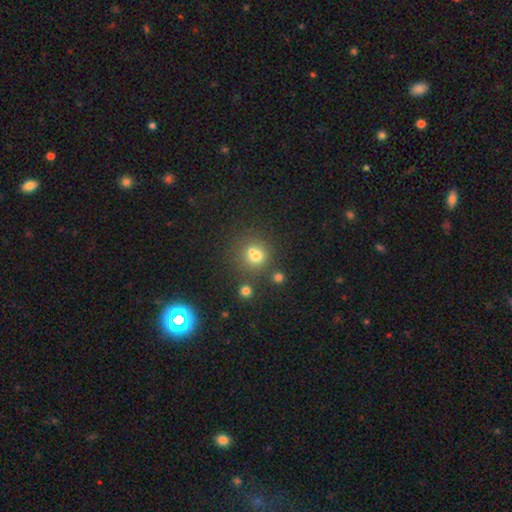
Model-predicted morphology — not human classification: Q: Smooth or featured?
A: smooth (68%); runner-up: star or artifact (18%)
Q: How rounded?
A: round (84%); runner-up: in between (15%)
Q: Merging?
A: none (50%); runner-up: merger (37%)